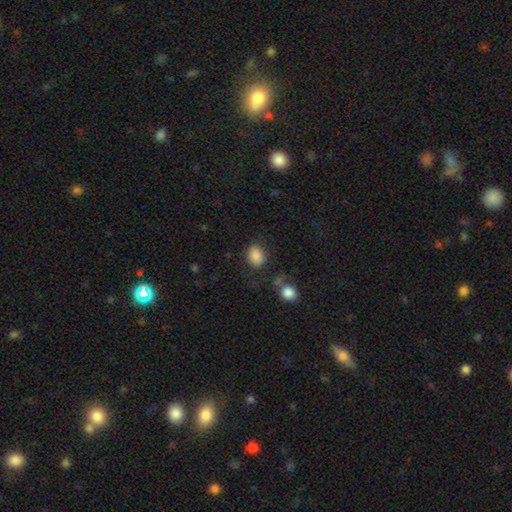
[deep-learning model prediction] Overall: smooth (84%). How rounded: in between (68%; round 30%). Merging: none (75%).